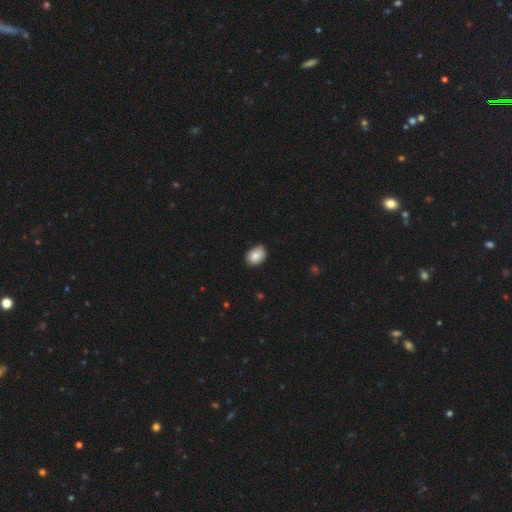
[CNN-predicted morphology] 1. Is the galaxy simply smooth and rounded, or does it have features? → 85% smooth, 8% star or artifact, 7% featured or disk.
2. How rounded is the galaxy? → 73% in between, 26% round, 1% cigar-shaped.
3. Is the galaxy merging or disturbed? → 80% none, 17% minor disturbance, 2% major disturbance, 1% merger.